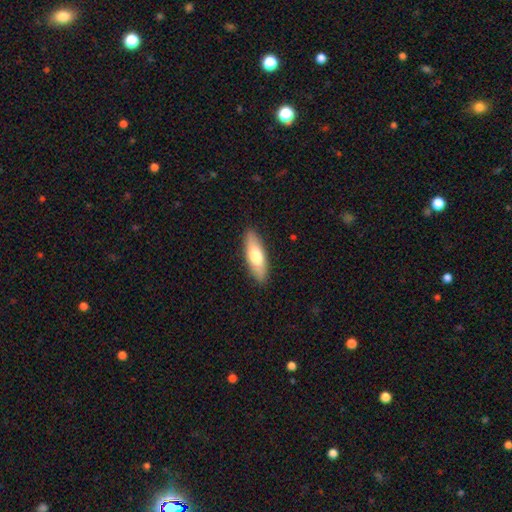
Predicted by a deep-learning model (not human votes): This is likely a smooth galaxy (72%). How rounded: possibly in between (51%). Merging: clearly none (88%).